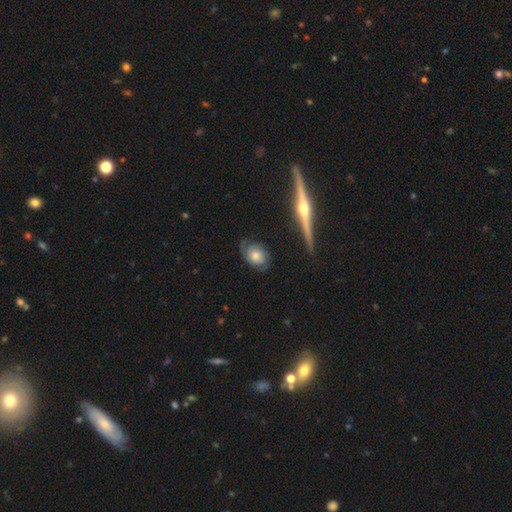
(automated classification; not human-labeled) Smooth or featured?
  - featured or disk: 59% *
  - smooth: 34%
  - star or artifact: 8%
Edge-on disk?
  - no: 91% *
  - yes: 9%
Bar?
  - no: 80% *
  - weak: 16%
  - strong: 4%
Spiral arms?
  - yes: 87% *
  - no: 13%
Bulge size?
  - moderate: 48% *
  - small: 23%
  - large: 20%
  - none: 5%
  - dominant: 4%
Merging?
  - none: 68% *
  - minor disturbance: 22%
  - major disturbance: 8%
  - merger: 2%